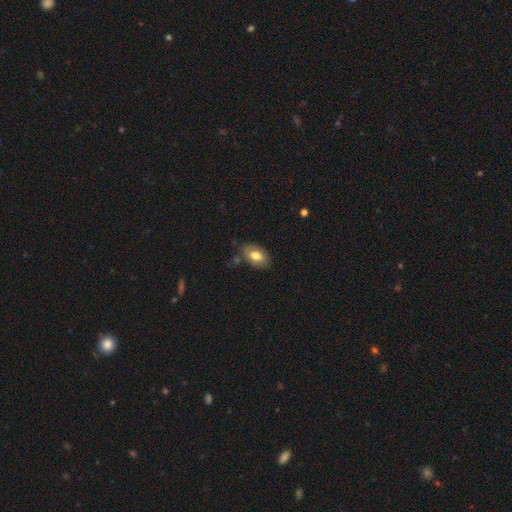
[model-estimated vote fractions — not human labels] smooth_or_featured: smooth (p=0.72) [alt: featured or disk p=0.20]
how_rounded: in between (p=0.89) [alt: round p=0.09]
merging: none (p=0.74) [alt: minor disturbance p=0.18]